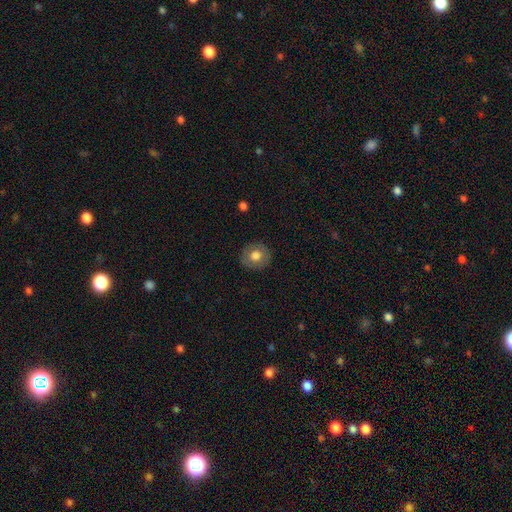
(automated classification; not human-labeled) smooth_or_featured: smooth (p=0.74) [alt: featured or disk p=0.18]
how_rounded: round (p=0.82) [alt: in between p=0.17]
merging: none (p=0.88) [alt: minor disturbance p=0.09]